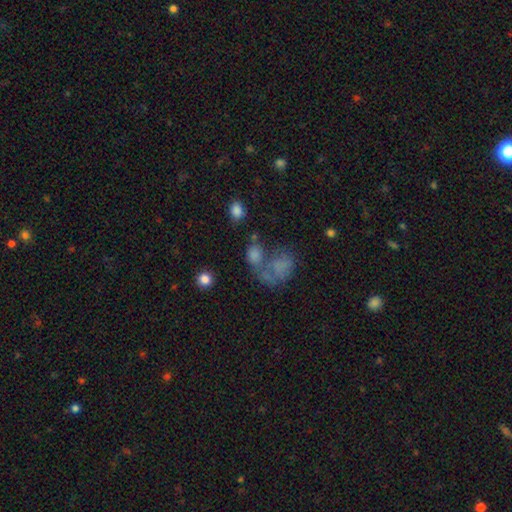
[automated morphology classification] Smooth or featured: smooth — 69% (featured or disk — 17%)
How rounded: in between — 58% (round — 40%)
Merging: merger — 36% (none — 30%)